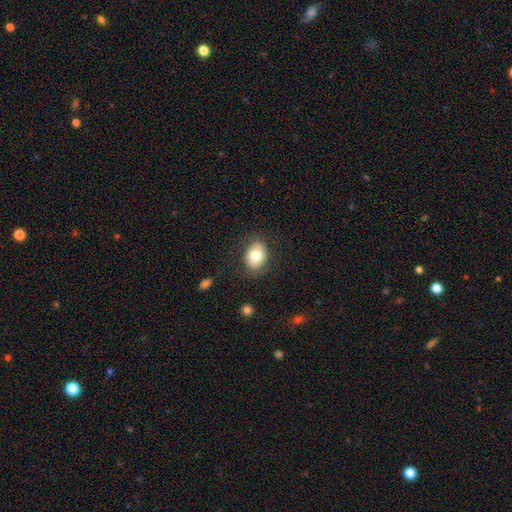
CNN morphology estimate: Smooth or featured?
  - smooth: 78% *
  - featured or disk: 14%
  - star or artifact: 8%
How rounded?
  - in between: 65% *
  - round: 34%
  - cigar-shaped: 1%
Merging?
  - none: 82% *
  - minor disturbance: 13%
  - major disturbance: 4%
  - merger: 1%